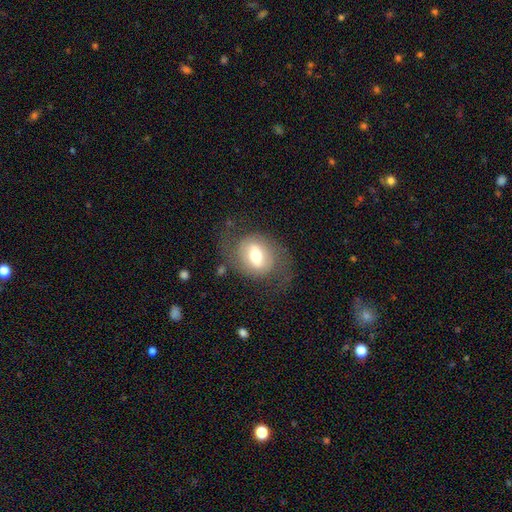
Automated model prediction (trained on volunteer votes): Smooth or featured? Predicted: featured or disk (p=0.54). Edge-on disk? Predicted: no (p=0.94). Bar? Predicted: weak (p=0.40). Spiral arms? Predicted: yes (p=0.67). Bulge size? Predicted: moderate (p=0.65). Merging? Predicted: none (p=0.64).